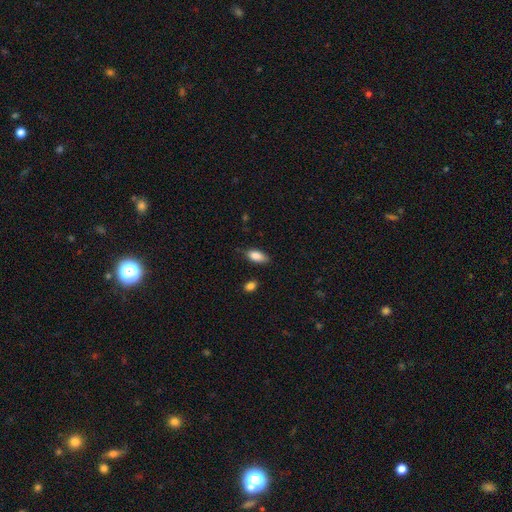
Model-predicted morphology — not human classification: type=smooth (87%); roundness=in between (89%); merging=none (79%).